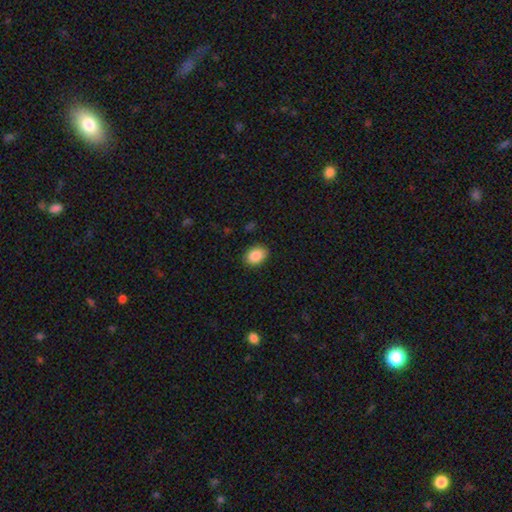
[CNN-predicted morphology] Smooth or featured? Predicted: smooth (p=0.88). How rounded? Predicted: in between (p=0.73). Merging? Predicted: none (p=0.87).